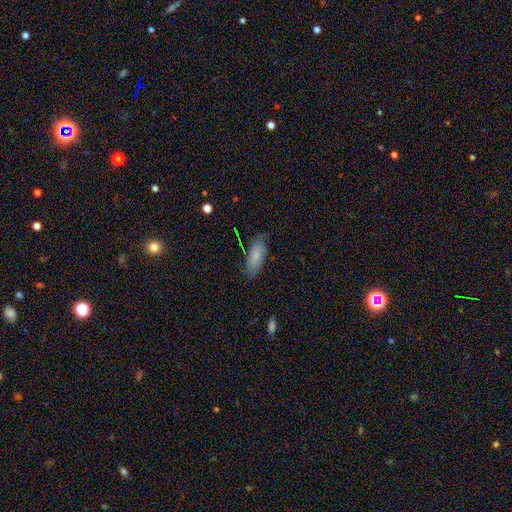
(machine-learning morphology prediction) Smooth or featured?
  - smooth: 72% *
  - featured or disk: 21%
  - star or artifact: 7%
How rounded?
  - in between: 80% *
  - cigar-shaped: 18%
  - round: 2%
Merging?
  - none: 75% *
  - minor disturbance: 20%
  - major disturbance: 4%
  - merger: 1%